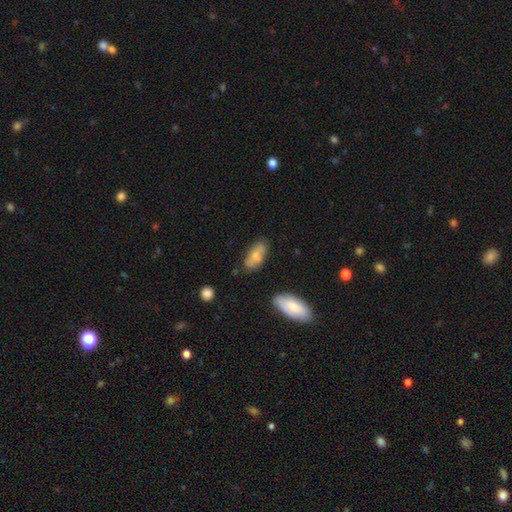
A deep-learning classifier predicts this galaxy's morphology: Q: Smooth or featured?
A: smooth (72%); runner-up: featured or disk (21%)
Q: How rounded?
A: in between (83%); runner-up: cigar-shaped (14%)
Q: Merging?
A: none (67%); runner-up: minor disturbance (21%)